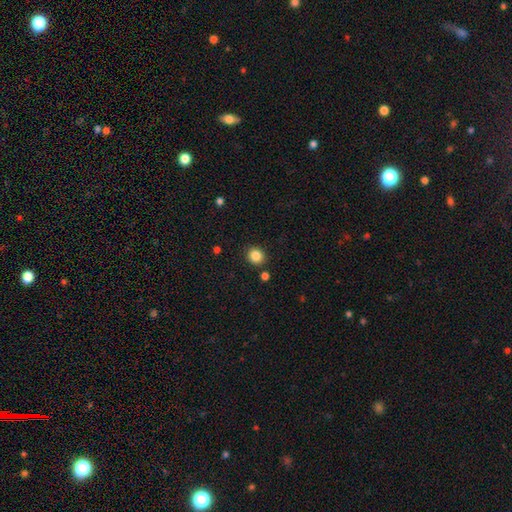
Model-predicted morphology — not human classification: Smooth or featured? smooth (85%)
How rounded? round (80%)
Merging? none (87%)